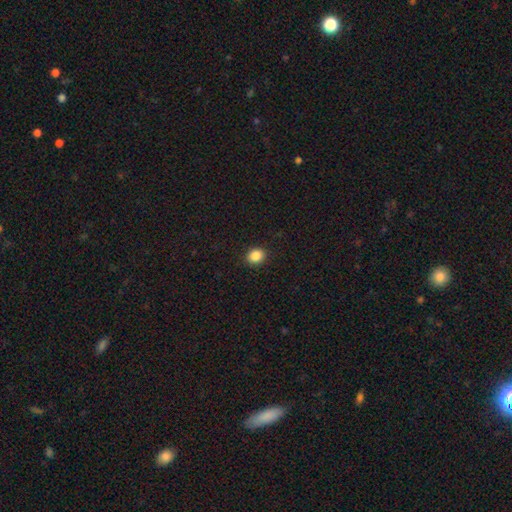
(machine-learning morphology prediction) Smooth or featured: smooth — 87% (star or artifact — 10%)
How rounded: round — 65% (in between — 34%)
Merging: none — 91% (minor disturbance — 6%)